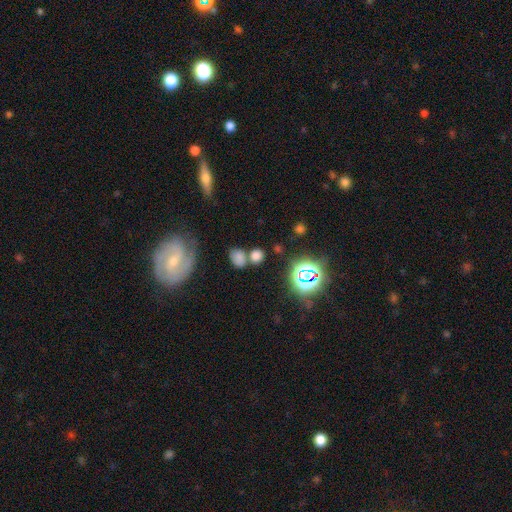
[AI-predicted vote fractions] Q: Smooth or featured?
A: smooth (67%); runner-up: star or artifact (25%)
Q: How rounded?
A: round (53%); runner-up: in between (45%)
Q: Merging?
A: none (54%); runner-up: merger (31%)